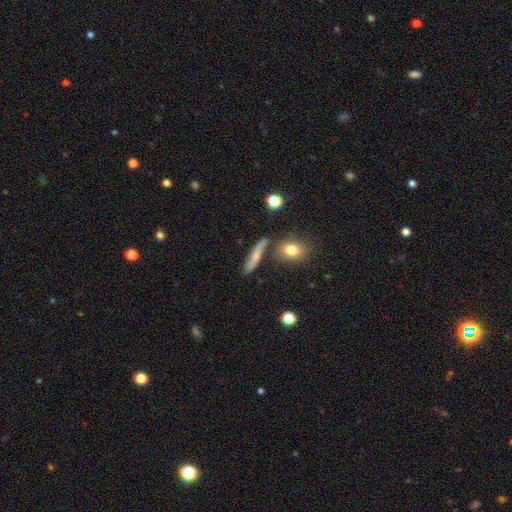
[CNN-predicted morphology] Smooth or featured?
  - smooth: 58% *
  - featured or disk: 33%
  - star or artifact: 9%
How rounded?
  - cigar-shaped: 79% *
  - in between: 16%
  - round: 6%
Merging?
  - none: 71% *
  - minor disturbance: 15%
  - merger: 9%
  - major disturbance: 5%